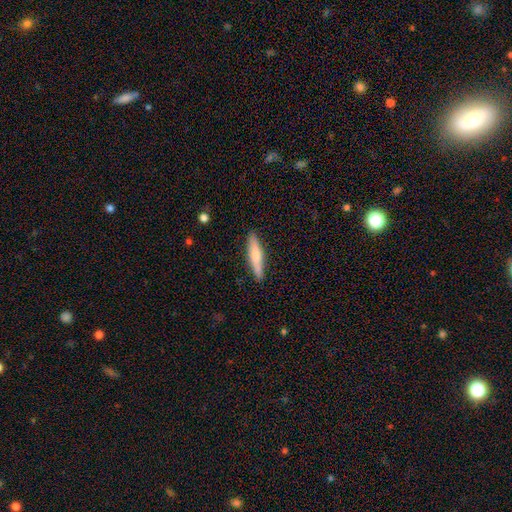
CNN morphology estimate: Smooth or featured: smooth — 63% (featured or disk — 32%)
How rounded: cigar-shaped — 86% (in between — 12%)
Merging: none — 89% (minor disturbance — 8%)